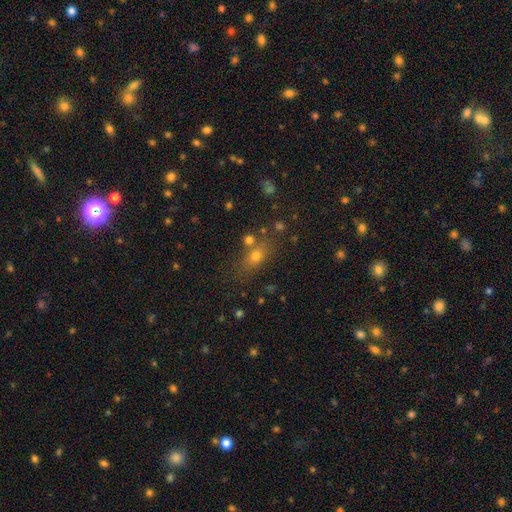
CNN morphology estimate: A smooth galaxy with no disk features (64%) that is in between round and cigar-shaped (55%).

Vote fractions:
- Smooth or featured? smooth: 64% / star or artifact: 22% / featured or disk: 14%
- How rounded? in between: 55% / round: 35% / cigar-shaped: 10%
- Merging? none: 68% / merger: 13% / minor disturbance: 13% / major disturbance: 5%